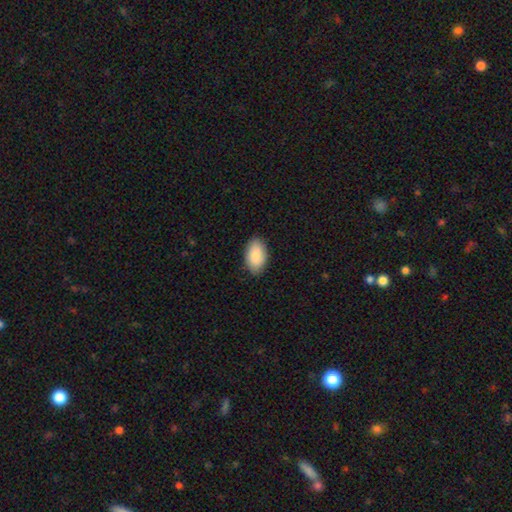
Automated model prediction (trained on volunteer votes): A smooth galaxy with no disk features (88%) that is in between round and cigar-shaped (94%).

Vote fractions:
- Smooth or featured? smooth: 88% / featured or disk: 6% / star or artifact: 6%
- How rounded? in between: 94% / round: 4% / cigar-shaped: 1%
- Merging? none: 86% / minor disturbance: 11% / major disturbance: 2% / merger: 1%